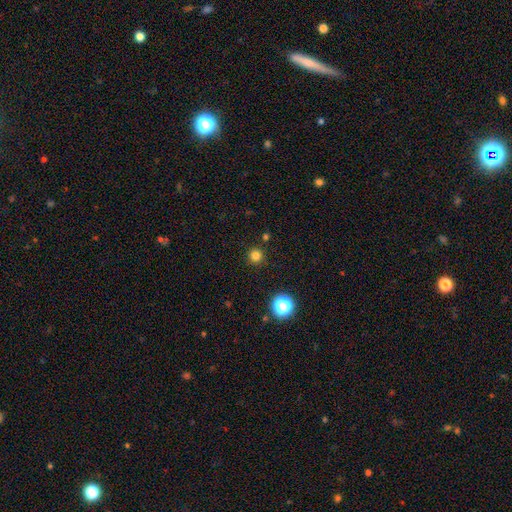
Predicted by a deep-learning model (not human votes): smooth_or_featured: smooth (p=0.79) [alt: star or artifact p=0.16]
how_rounded: round (p=0.96) [alt: in between p=0.03]
merging: none (p=0.91) [alt: minor disturbance p=0.05]